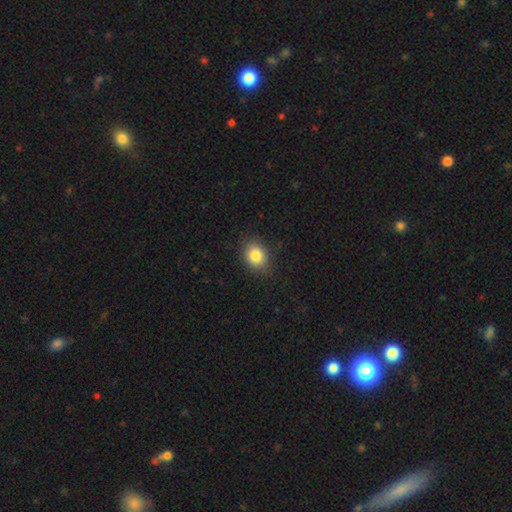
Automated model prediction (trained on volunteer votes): smooth_or_featured: smooth (p=0.84) [alt: star or artifact p=0.10]
how_rounded: in between (p=0.52) [alt: round p=0.47]
merging: none (p=0.84) [alt: minor disturbance p=0.12]